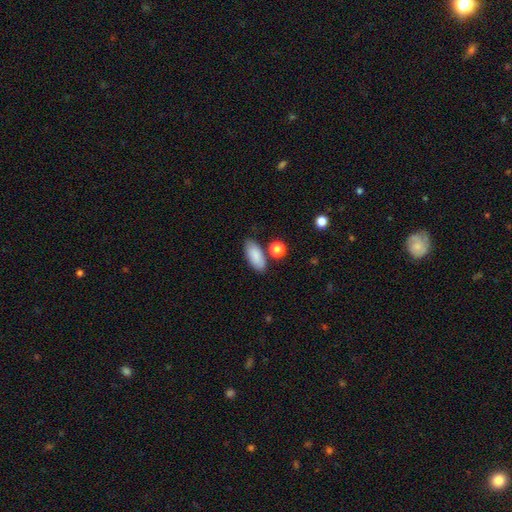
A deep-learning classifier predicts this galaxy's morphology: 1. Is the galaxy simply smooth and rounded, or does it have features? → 87% smooth, 7% featured or disk, 7% star or artifact.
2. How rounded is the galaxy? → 87% in between, 10% cigar-shaped, 3% round.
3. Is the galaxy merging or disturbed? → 74% none, 14% minor disturbance, 9% merger, 4% major disturbance.